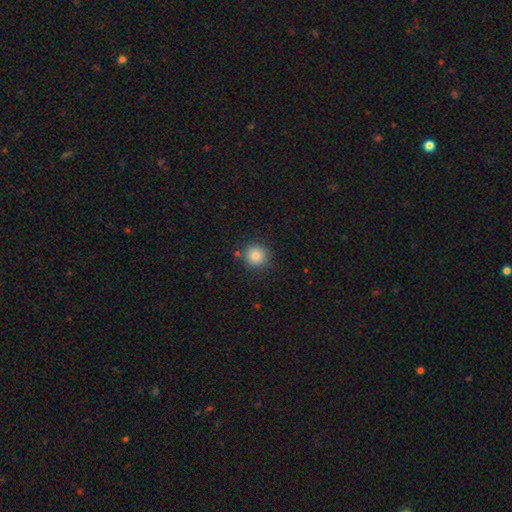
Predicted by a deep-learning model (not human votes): Morphology: type=smooth (85%); roundness=round (93%); merging=none (85%).